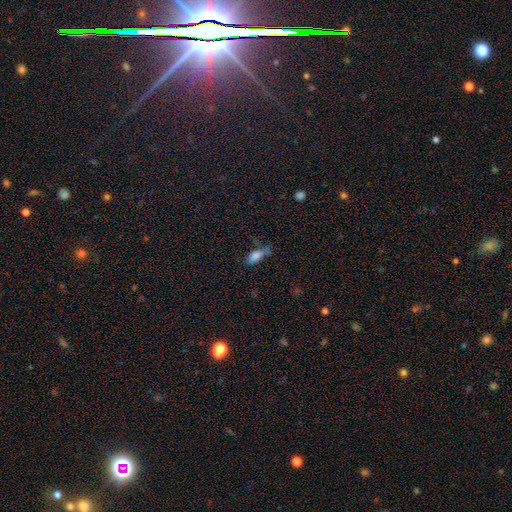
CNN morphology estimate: This appears to be a smooth galaxy with no disk features (79%) that is in between round and cigar-shaped (82%). Merging: none (44%).